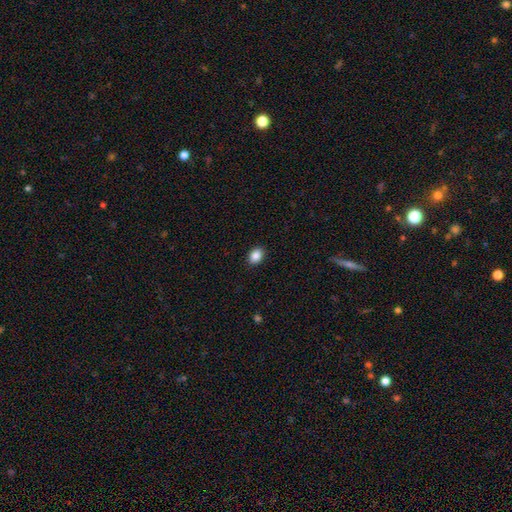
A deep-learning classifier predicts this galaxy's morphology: A smooth galaxy with no disk features (88%) that is in between round and cigar-shaped (74%).

Vote fractions:
- Smooth or featured? smooth: 88% / star or artifact: 8% / featured or disk: 4%
- How rounded? in between: 74% / round: 25% / cigar-shaped: 1%
- Merging? none: 90% / minor disturbance: 7% / major disturbance: 2% / merger: 1%